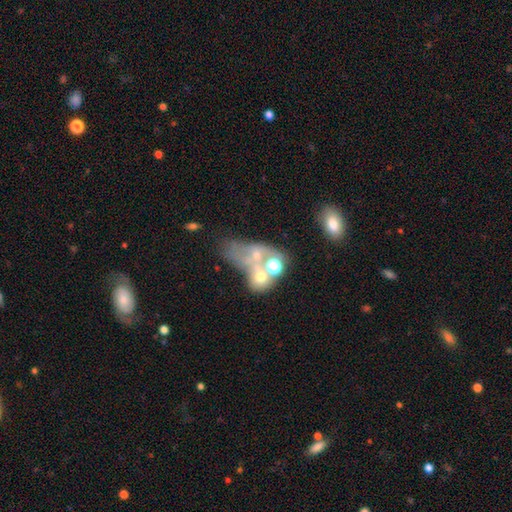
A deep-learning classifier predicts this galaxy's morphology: type=smooth (40%, tied with featured or disk); merging=merger (49%).